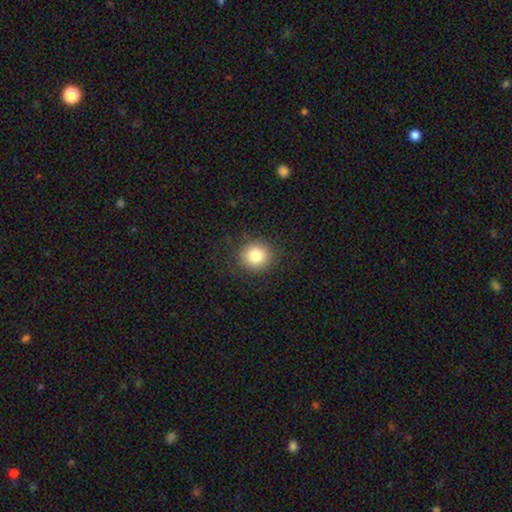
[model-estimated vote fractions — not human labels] Smooth or featured?
  - smooth: 82% *
  - star or artifact: 11%
  - featured or disk: 8%
How rounded?
  - round: 87% *
  - in between: 12%
  - cigar-shaped: 1%
Merging?
  - none: 88% *
  - minor disturbance: 8%
  - major disturbance: 3%
  - merger: 1%